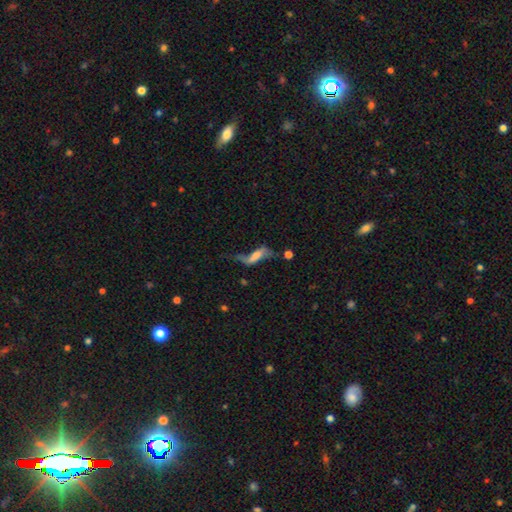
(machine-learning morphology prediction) type=featured or disk (57%); edge-on=no (79%); merging=none (37%).